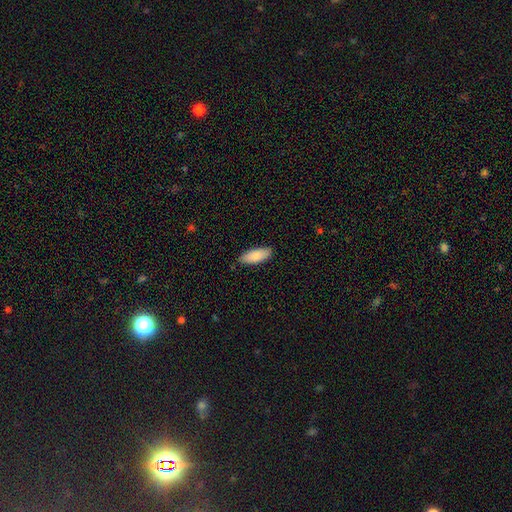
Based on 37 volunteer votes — Smooth or featured? 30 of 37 (81%) said smooth. How rounded? 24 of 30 (80%) said in between. Merging? 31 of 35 (89%) said none.